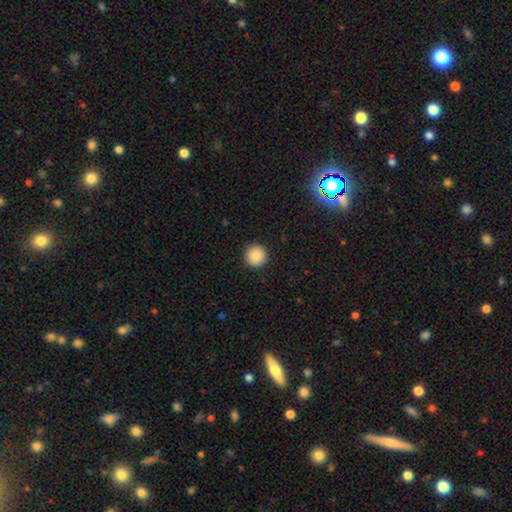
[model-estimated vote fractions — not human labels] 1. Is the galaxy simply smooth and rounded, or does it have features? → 88% smooth, 8% star or artifact, 4% featured or disk.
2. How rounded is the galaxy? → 96% round, 3% in between, 1% cigar-shaped.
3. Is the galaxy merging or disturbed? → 93% none, 5% minor disturbance, 2% major disturbance, 1% merger.